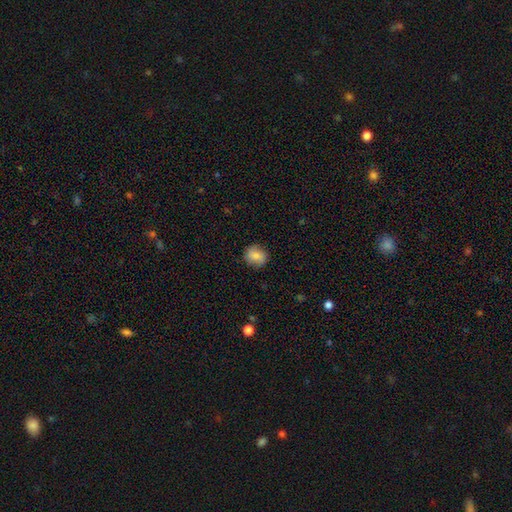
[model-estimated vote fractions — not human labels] Smooth or featured? Predicted: smooth (p=0.79). How rounded? Predicted: round (p=0.76). Merging? Predicted: none (p=0.85).